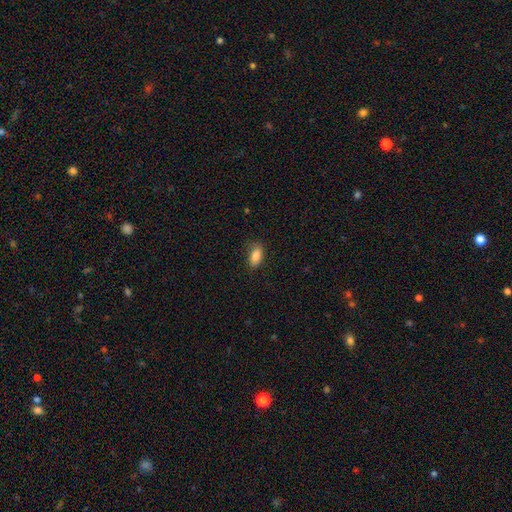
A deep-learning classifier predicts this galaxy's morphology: Overall: smooth (85%). How rounded: in between (89%). Merging: none (72%).